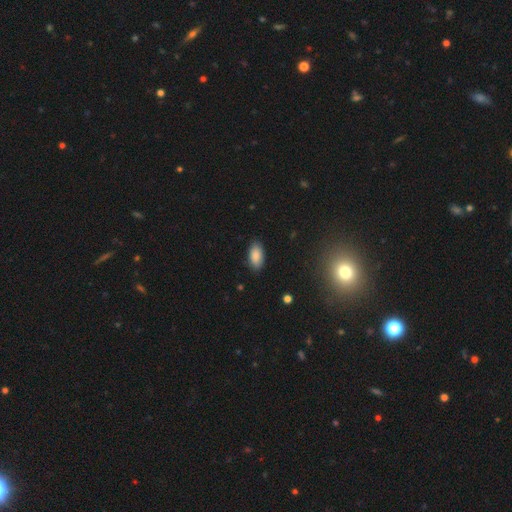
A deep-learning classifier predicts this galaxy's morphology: Smooth or featured? Predicted: smooth (p=0.87). How rounded? Predicted: in between (p=0.93). Merging? Predicted: none (p=0.86).